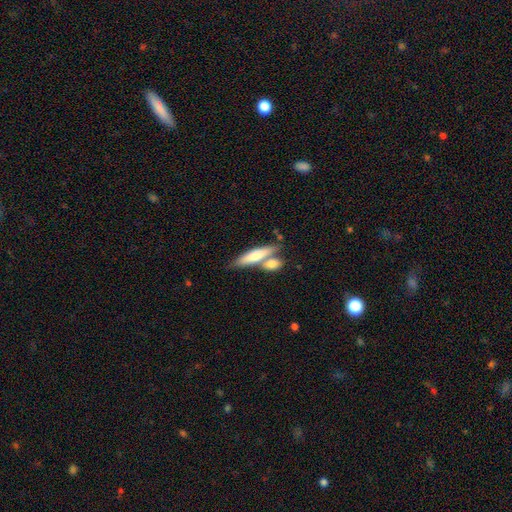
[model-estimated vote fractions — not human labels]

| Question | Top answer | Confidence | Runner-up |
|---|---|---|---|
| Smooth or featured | smooth | 66% | featured or disk (29%) |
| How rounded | cigar-shaped | 66% | in between (31%) |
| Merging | none | 48% | merger (38%) |